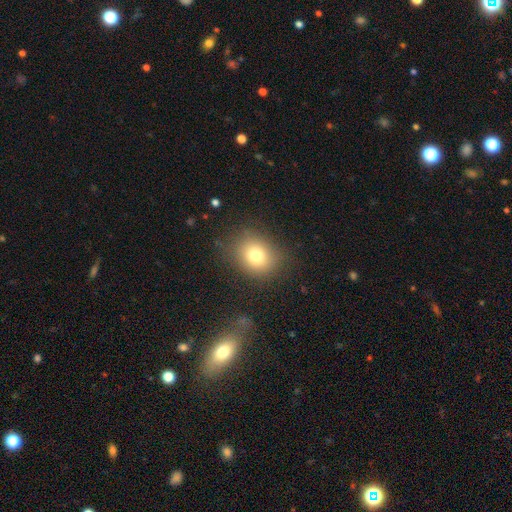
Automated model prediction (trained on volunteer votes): A smooth galaxy with no disk features (77%) that is round (64%). Merging: none (82%).